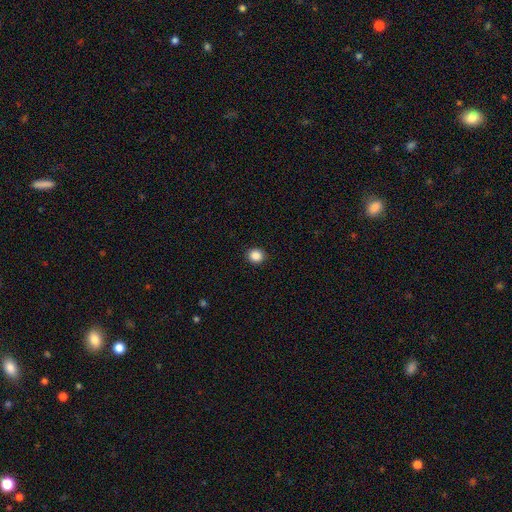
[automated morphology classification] Smooth or featured? Predicted: smooth (p=0.87). How rounded? Predicted: round (p=0.85). Merging? Predicted: none (p=0.92).